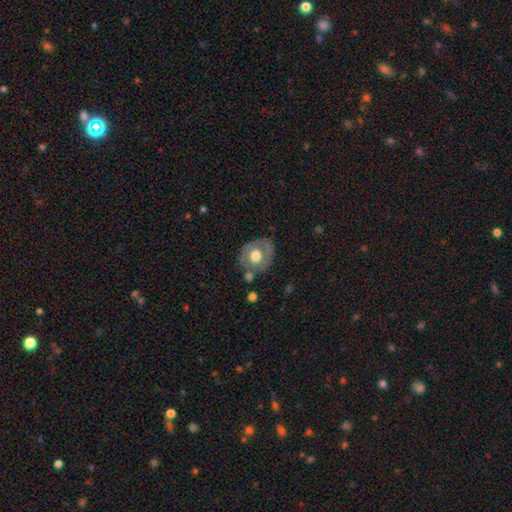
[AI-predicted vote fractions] The model was most divided on "smooth or featured": featured or disk: 49%, smooth: 44%, star or artifact: 6%. More confident: merging — none (64%).